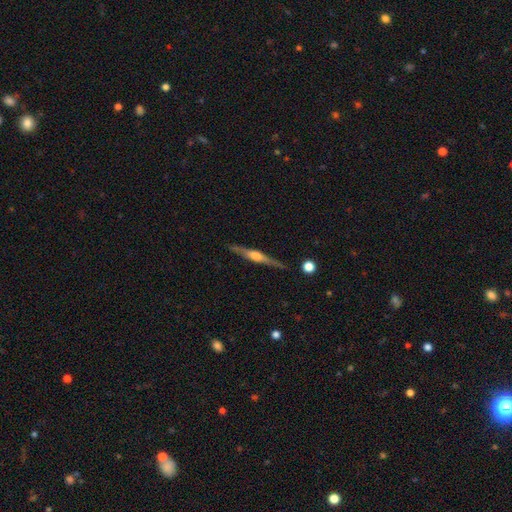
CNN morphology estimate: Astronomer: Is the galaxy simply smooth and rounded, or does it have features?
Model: featured or disk — 76%.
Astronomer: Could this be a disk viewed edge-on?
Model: yes — 98%.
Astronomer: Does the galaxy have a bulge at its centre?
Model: rounded — 70%.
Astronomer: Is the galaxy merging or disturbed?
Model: none — 87%.